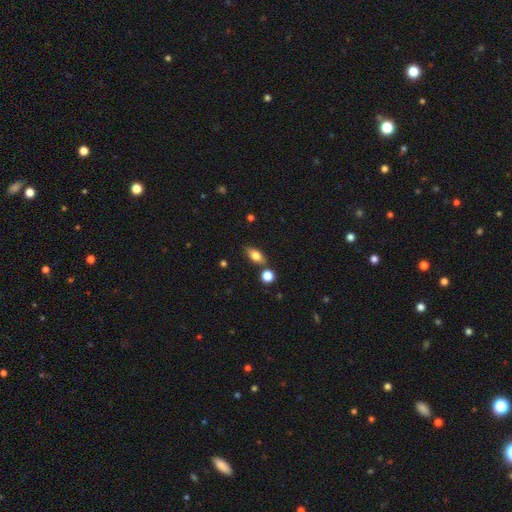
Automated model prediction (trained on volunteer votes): smooth 71%, featured or disk 20%, star or artifact 9%. Down the decision tree: how rounded — in between (78%); merging — none (75%).